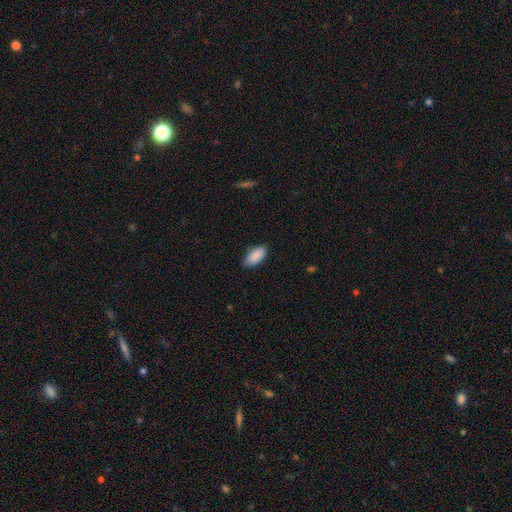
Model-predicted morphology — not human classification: smooth-or-featured: smooth: 90% | star or artifact: 7% | featured or disk: 4%
  how-rounded: in between: 92% | cigar-shaped: 6% | round: 2%
  merging: none: 80% | minor disturbance: 16% | major disturbance: 3% | merger: 1%